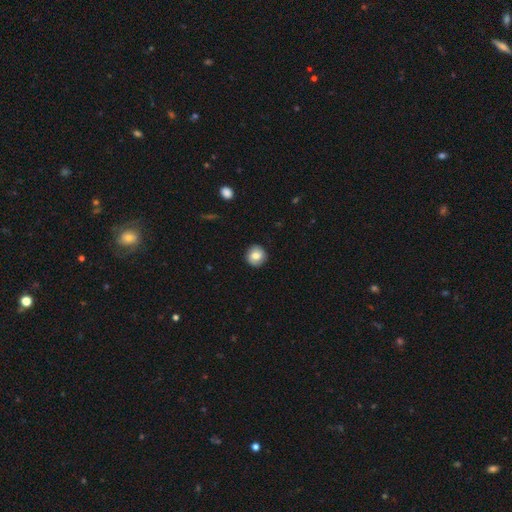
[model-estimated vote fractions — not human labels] Smooth or featured: smooth — 74% (featured or disk — 18%)
How rounded: round — 91% (in between — 8%)
Merging: none — 89% (minor disturbance — 8%)